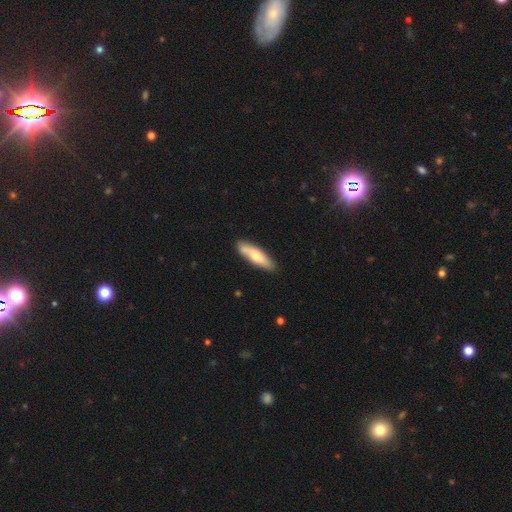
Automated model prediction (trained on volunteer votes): smooth-or-featured: smooth: 62% | featured or disk: 32% | star or artifact: 5%
  how-rounded: cigar-shaped: 59% | in between: 39% | round: 2%
  merging: none: 79% | minor disturbance: 14% | merger: 4% | major disturbance: 3%